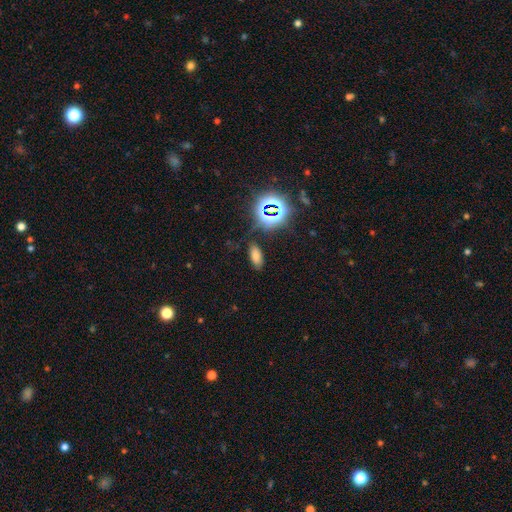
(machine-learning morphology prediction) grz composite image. It shows a smooth galaxy with no disk features (65%) that is in between round and cigar-shaped (85%). Merging: none (82%).